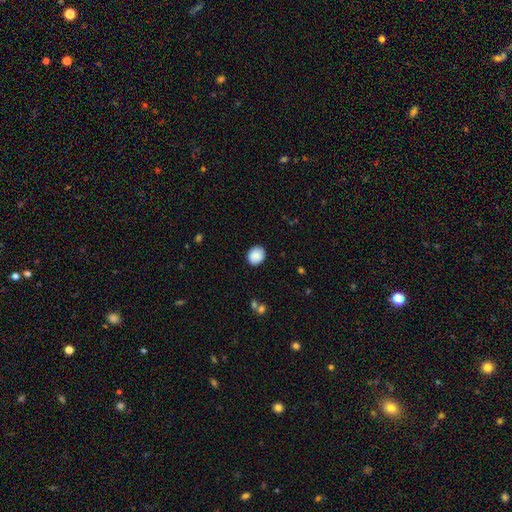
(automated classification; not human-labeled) Q: Smooth or featured?
A: smooth (88%); runner-up: star or artifact (8%)
Q: How rounded?
A: round (67%); runner-up: in between (32%)
Q: Merging?
A: none (87%); runner-up: minor disturbance (10%)